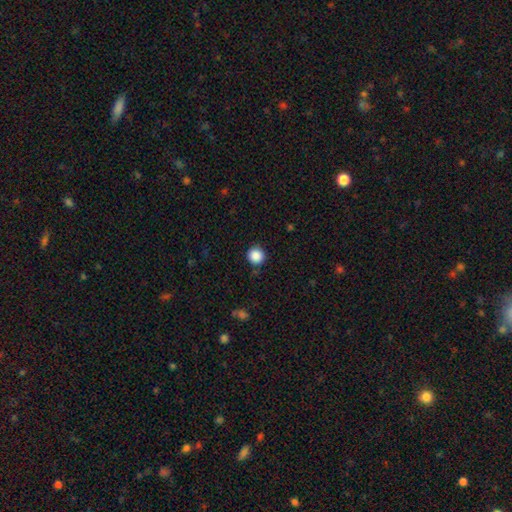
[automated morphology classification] Q: Smooth or featured?
A: smooth (87%); runner-up: star or artifact (10%)
Q: How rounded?
A: round (95%); runner-up: in between (5%)
Q: Merging?
A: none (89%); runner-up: minor disturbance (7%)